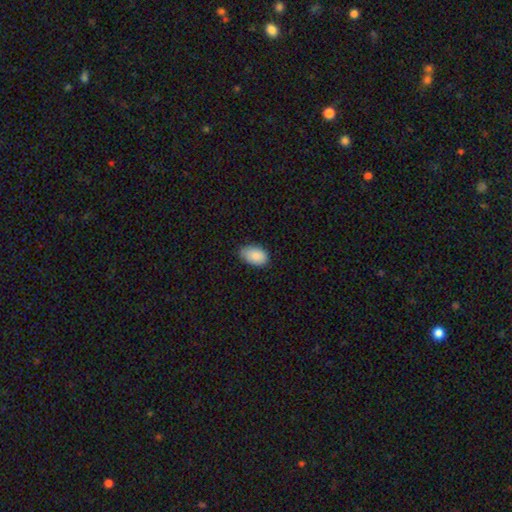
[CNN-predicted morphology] This is clearly a smooth galaxy (89%). How rounded: clearly in between (91%). Merging: likely none (76%).